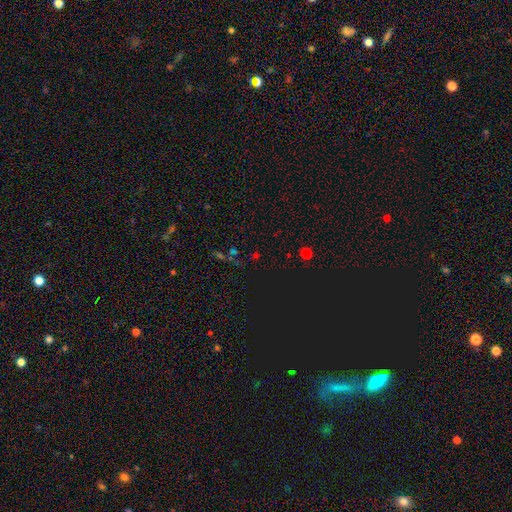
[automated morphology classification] smooth-or-featured: star or artifact: 64% | smooth: 28% | featured or disk: 9%